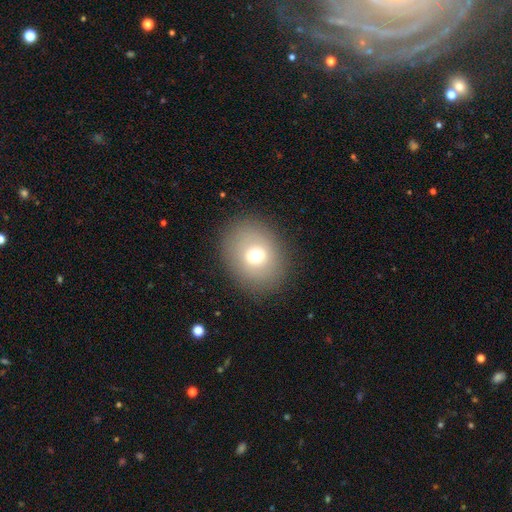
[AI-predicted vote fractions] Q: Smooth or featured?
A: smooth (69%); runner-up: featured or disk (19%)
Q: How rounded?
A: round (50%); runner-up: in between (49%)
Q: Merging?
A: none (87%); runner-up: minor disturbance (8%)